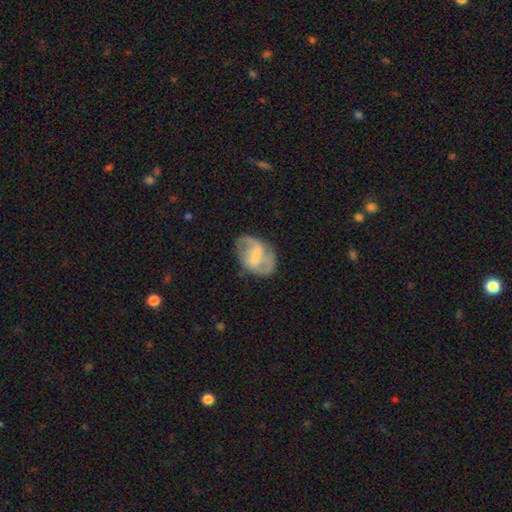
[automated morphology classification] Smooth or featured? Predicted: featured or disk (p=0.66). Edge-on disk? Predicted: no (p=0.97). Bar? Predicted: weak (p=0.48). Spiral arms? Predicted: yes (p=0.78). Bulge size? Predicted: small (p=0.53). Merging? Predicted: none (p=0.64).